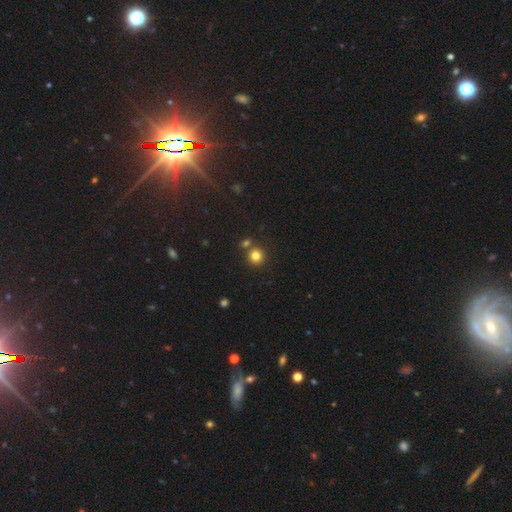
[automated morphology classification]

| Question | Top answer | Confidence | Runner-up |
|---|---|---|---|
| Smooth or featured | smooth | 80% | star or artifact (14%) |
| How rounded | round | 91% | in between (8%) |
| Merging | none | 75% | merger (16%) |